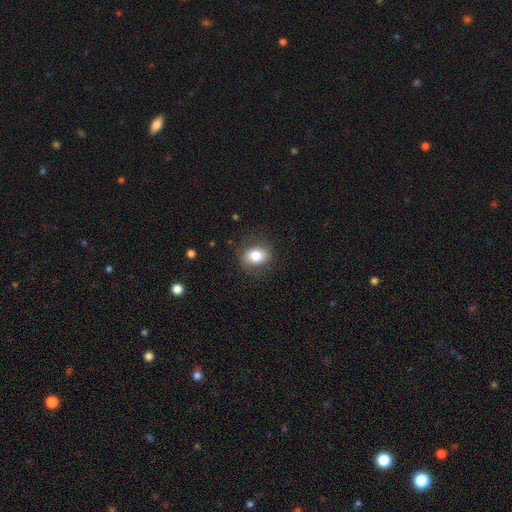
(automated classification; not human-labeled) Smooth or featured? smooth (77%)
How rounded? round (50%)
Merging? none (80%)